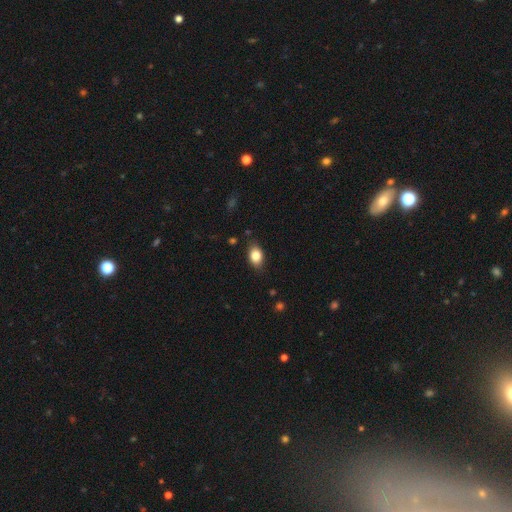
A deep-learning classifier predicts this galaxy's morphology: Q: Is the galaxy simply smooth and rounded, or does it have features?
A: smooth — 82%.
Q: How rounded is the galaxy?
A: in between — 81%.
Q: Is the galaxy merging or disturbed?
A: none — 81%.